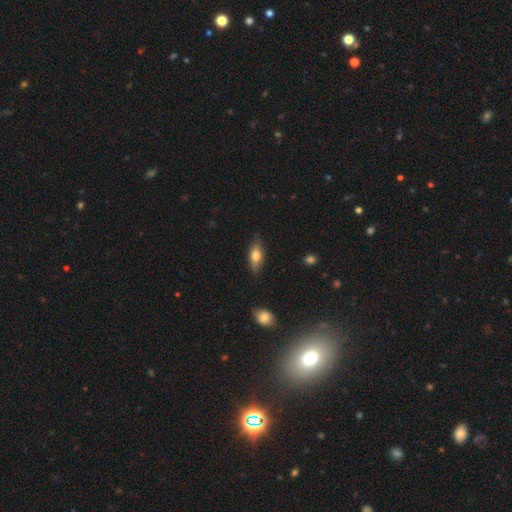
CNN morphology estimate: A smooth galaxy with no disk features (71%) that is in between round and cigar-shaped (76%).

Vote fractions:
- Smooth or featured? smooth: 71% / featured or disk: 22% / star or artifact: 7%
- How rounded? in between: 76% / cigar-shaped: 20% / round: 4%
- Merging? none: 82% / minor disturbance: 14% / major disturbance: 2% / merger: 1%